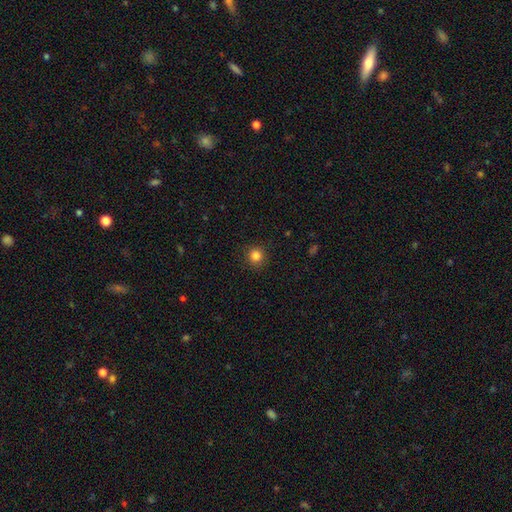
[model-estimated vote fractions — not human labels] The model was most divided on "smooth or featured": smooth: 84%, star or artifact: 12%, featured or disk: 4%. More confident: how rounded — round (93%); merging — none (90%).